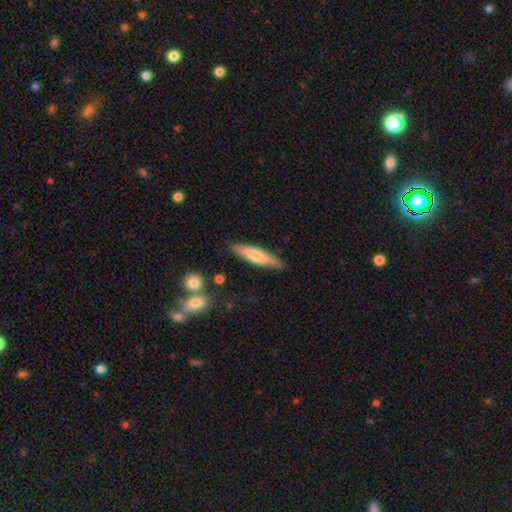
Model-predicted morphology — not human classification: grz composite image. It shows a smooth galaxy with no disk features (65%) that is cigar-shaped (80%). Merging: none (84%).